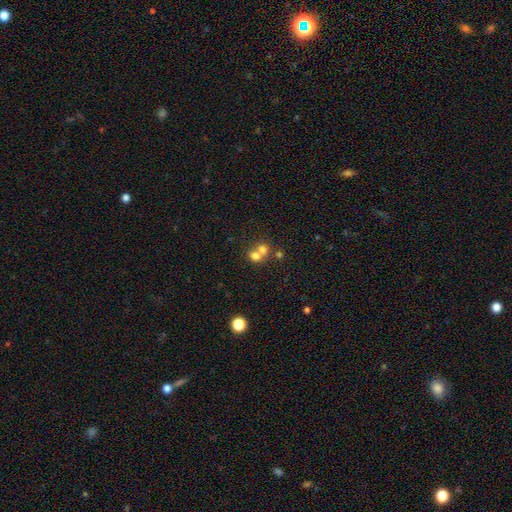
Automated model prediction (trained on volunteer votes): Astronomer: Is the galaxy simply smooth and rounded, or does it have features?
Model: smooth — 69%.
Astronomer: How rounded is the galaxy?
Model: round — 75%.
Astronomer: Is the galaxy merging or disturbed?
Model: merger — 62%.